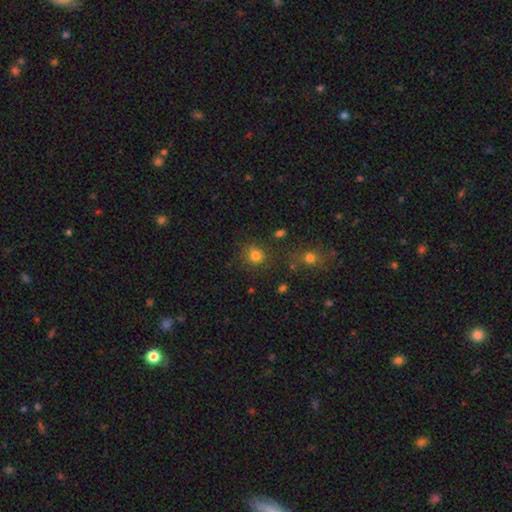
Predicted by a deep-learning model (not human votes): The model was most divided on "smooth or featured": smooth: 80%, star or artifact: 15%, featured or disk: 6%. More confident: how rounded — round (86%); merging — none (79%).